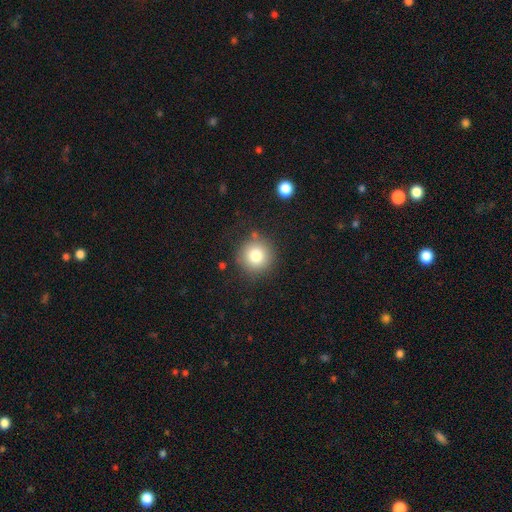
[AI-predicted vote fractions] This is likely a smooth galaxy (79%). How rounded: clearly round (94%). Merging: clearly none (84%).